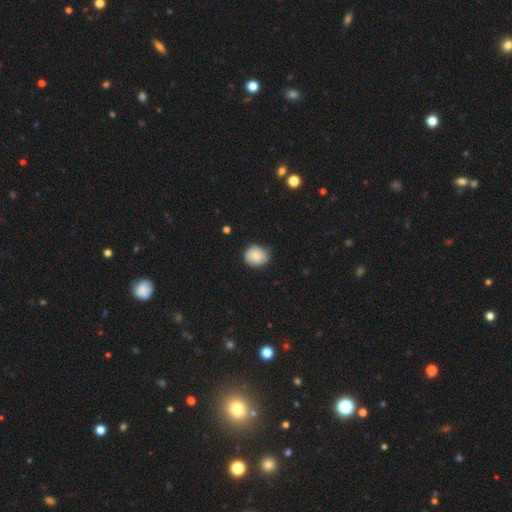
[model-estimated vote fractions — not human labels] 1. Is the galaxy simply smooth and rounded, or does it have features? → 76% smooth, 16% featured or disk, 7% star or artifact.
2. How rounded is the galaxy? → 70% round, 29% in between, 1% cigar-shaped.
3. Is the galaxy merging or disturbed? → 74% none, 22% minor disturbance, 3% major disturbance, 1% merger.